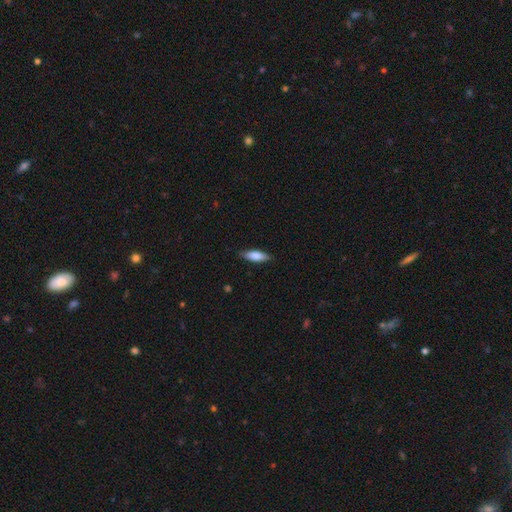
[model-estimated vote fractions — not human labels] Smooth or featured? smooth (78%)
How rounded? in between (56%)
Merging? none (85%)